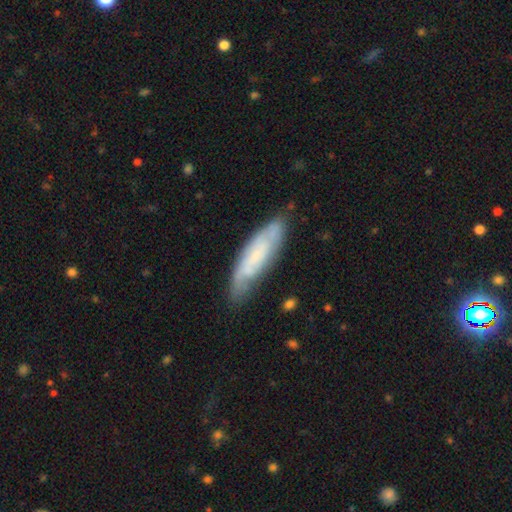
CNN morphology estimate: Overall: featured or disk (48%; smooth 45%). Merging: none (70%).